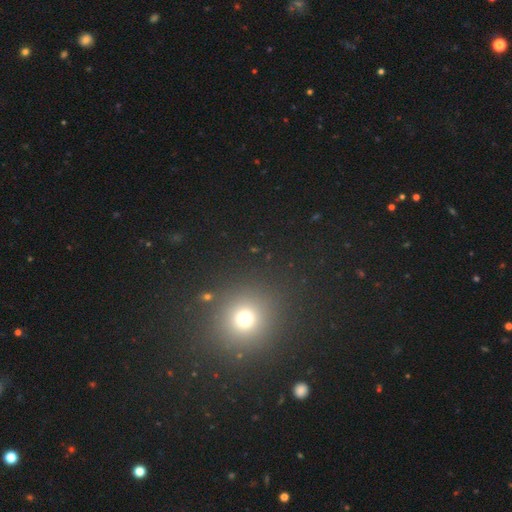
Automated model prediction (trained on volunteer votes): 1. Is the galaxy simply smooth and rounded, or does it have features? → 58% smooth, 36% star or artifact, 6% featured or disk.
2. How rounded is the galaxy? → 91% round, 8% in between, 1% cigar-shaped.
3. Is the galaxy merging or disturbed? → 91% none, 5% minor disturbance, 2% major disturbance, 2% merger.